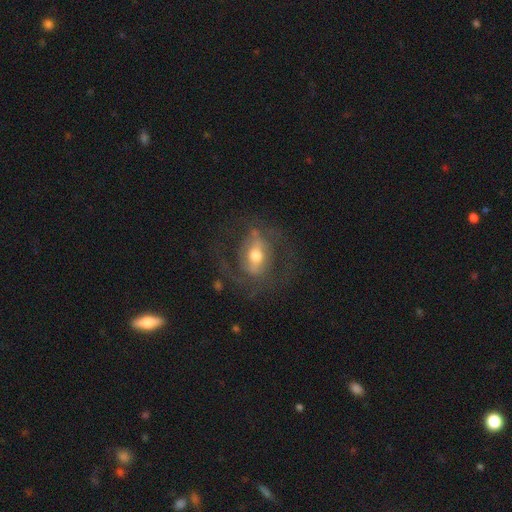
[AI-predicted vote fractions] Smooth or featured: featured or disk — 72% (smooth — 21%)
Edge-on disk: no — 91% (yes — 9%)
Bar: strong — 46% (weak — 35%)
Spiral arms: yes — 63% (no — 37%)
Bulge size: moderate — 71% (small — 15%)
Merging: none — 64% (major disturbance — 18%)